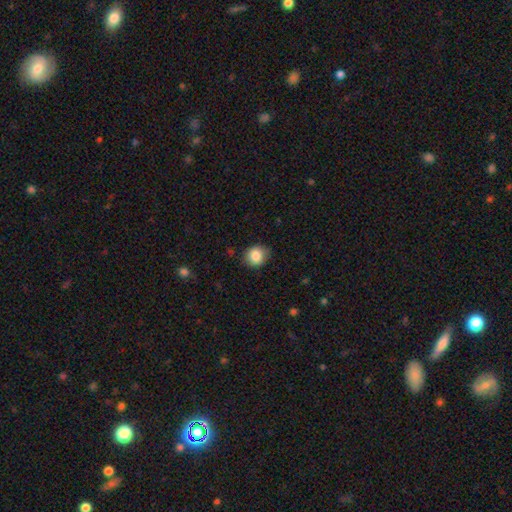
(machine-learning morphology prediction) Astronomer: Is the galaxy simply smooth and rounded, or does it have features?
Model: smooth — 85%.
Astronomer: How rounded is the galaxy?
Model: round — 77%.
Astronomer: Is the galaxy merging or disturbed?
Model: none — 82%.